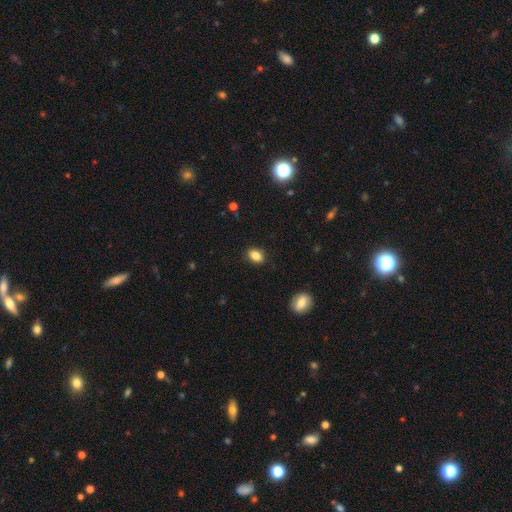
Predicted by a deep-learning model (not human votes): Morphology: type=smooth (85%); roundness=in between (78%); merging=none (87%).